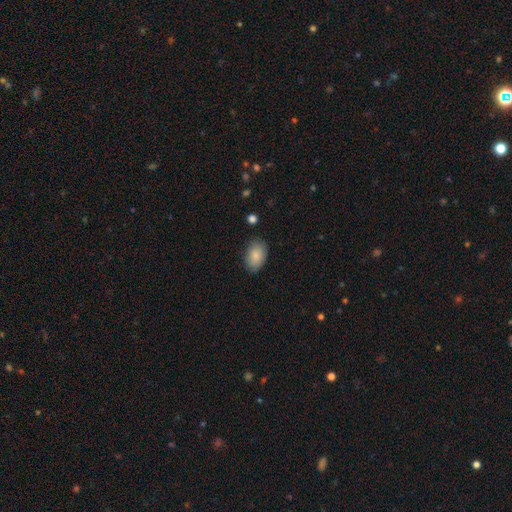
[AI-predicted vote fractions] This appears to be a smooth galaxy with no disk features (87%) that is in between round and cigar-shaped (90%). Merging: none (82%).